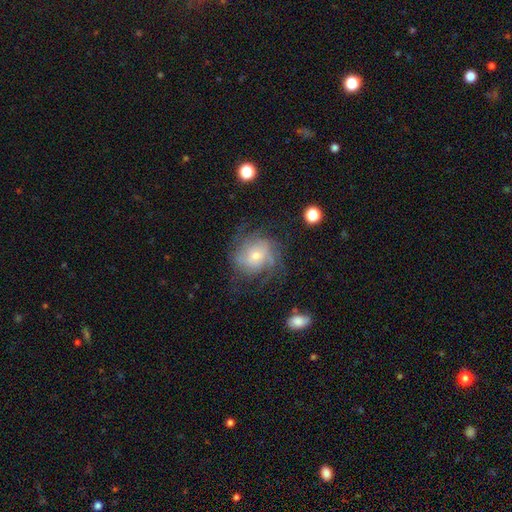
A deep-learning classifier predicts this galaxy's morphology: A featured or disk galaxy (71%) with no bar (71%), tight (45%) spiral arms (89%) and a small central bulge (54%). Merging: none (64%).